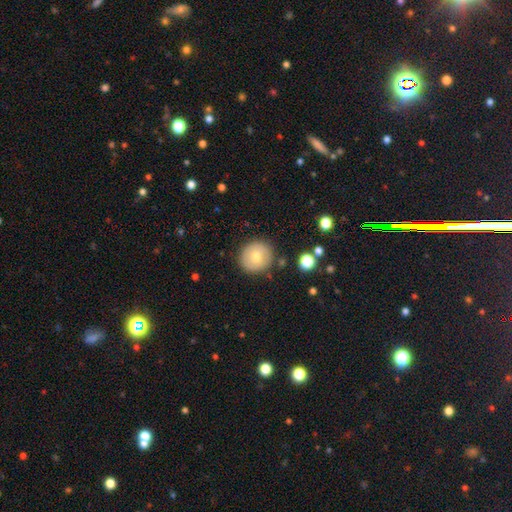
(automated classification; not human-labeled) Morphology: type=smooth (68%); roundness=round (91%); merging=none (88%).